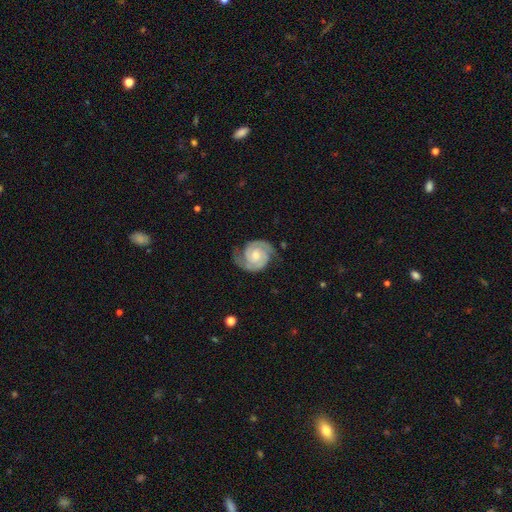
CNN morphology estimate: Smooth or featured? featured or disk (88%)
Edge-on disk? no (98%)
Bar? no (60%)
Spiral arms? yes (98%)
Spiral winding? tight (56%)
Spiral arm count? 2 (91%)
Bulge size? moderate (53%)
Merging? none (74%)